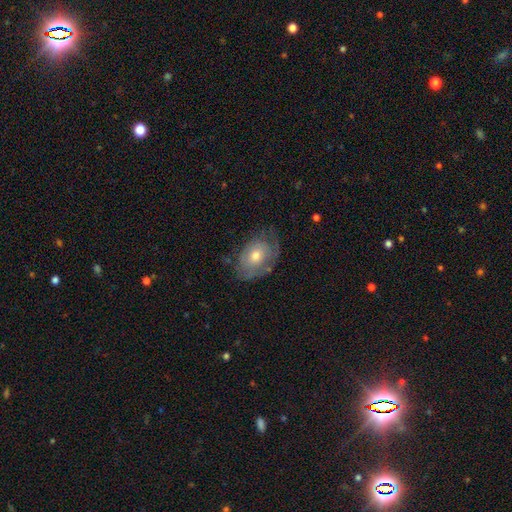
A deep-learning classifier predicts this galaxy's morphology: This appears to be a featured or disk galaxy (50%). Merging: none (59%).